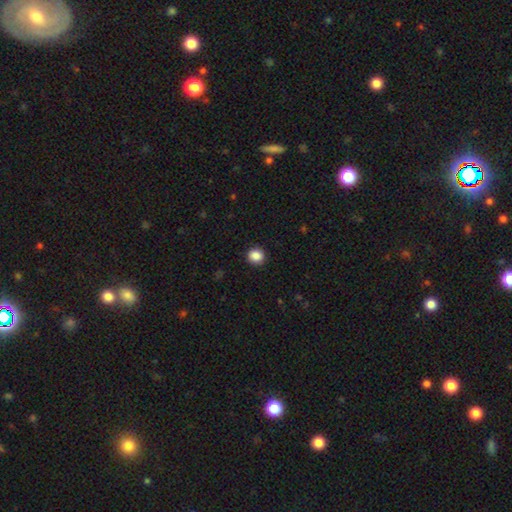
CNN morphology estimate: Smooth or featured? Predicted: smooth (p=0.88). How rounded? Predicted: round (p=0.90). Merging? Predicted: none (p=0.92).